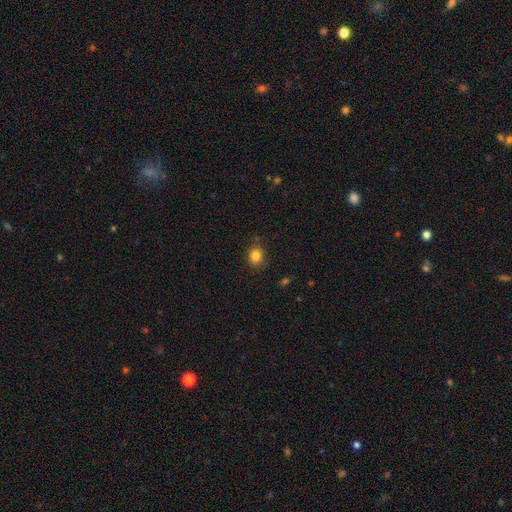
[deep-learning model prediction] smooth_or_featured: smooth (p=0.84) [alt: star or artifact p=0.11]
how_rounded: round (p=0.64) [alt: in between p=0.35]
merging: none (p=0.85) [alt: minor disturbance p=0.11]